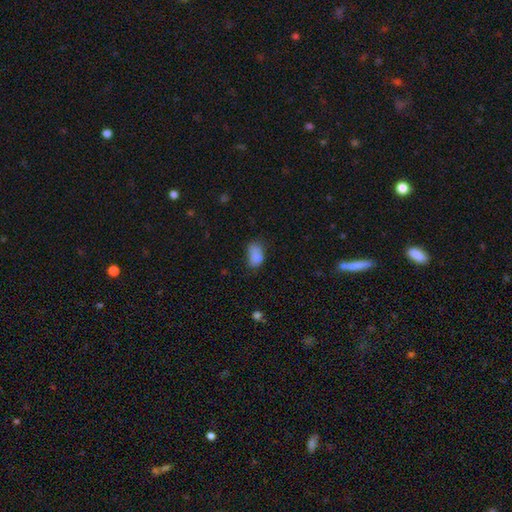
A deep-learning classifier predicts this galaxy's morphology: This appears to be a smooth galaxy with no disk features (77%) that is in between round and cigar-shaped (86%). Merging: none (43%).